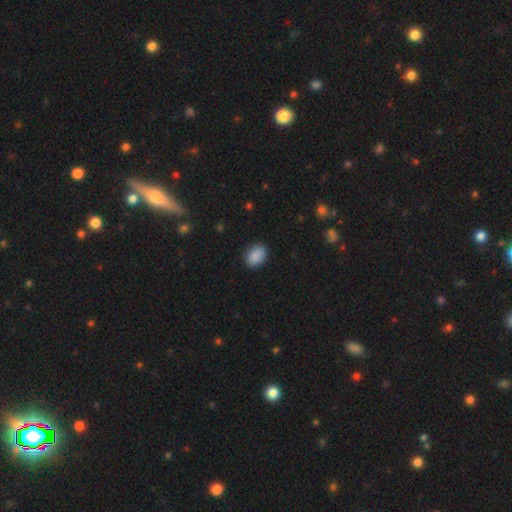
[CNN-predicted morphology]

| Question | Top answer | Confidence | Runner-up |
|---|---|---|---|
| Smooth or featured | smooth | 89% | star or artifact (7%) |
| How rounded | in between | 72% | round (26%) |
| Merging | none | 85% | minor disturbance (12%) |